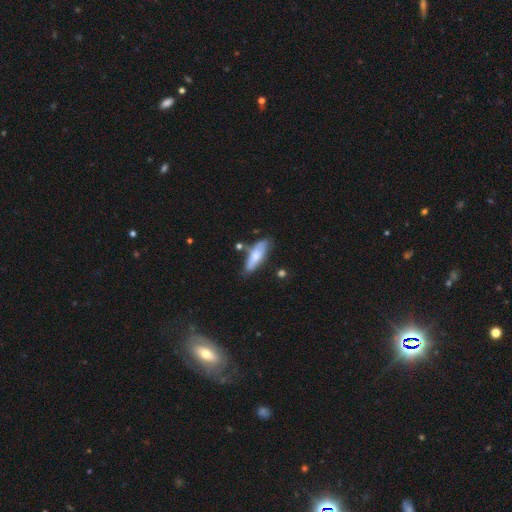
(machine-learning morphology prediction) Q: Smooth or featured?
A: smooth (69%); runner-up: featured or disk (25%)
Q: How rounded?
A: in between (51%); runner-up: cigar-shaped (47%)
Q: Merging?
A: none (68%); runner-up: minor disturbance (21%)